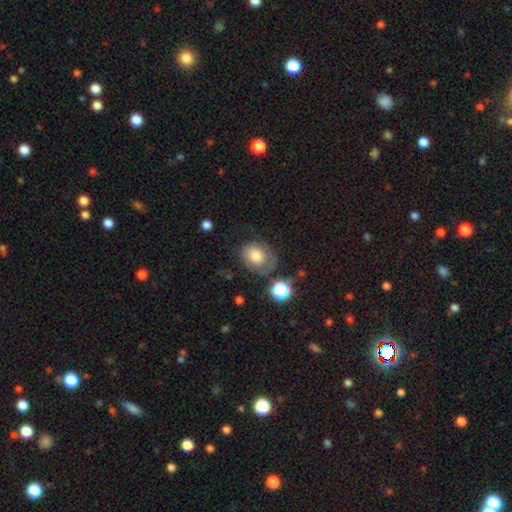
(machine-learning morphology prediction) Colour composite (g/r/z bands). It shows a smooth galaxy with no disk features (64%) that is round (60%). Merging: none (54%).